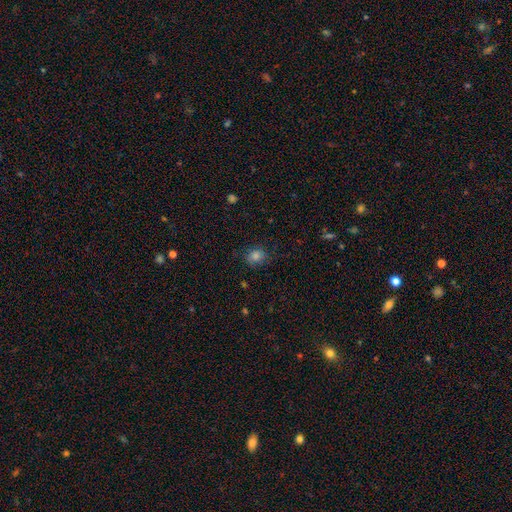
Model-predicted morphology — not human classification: This appears to be a smooth galaxy with no disk features (80%) that is round (68%). Merging: none (82%).